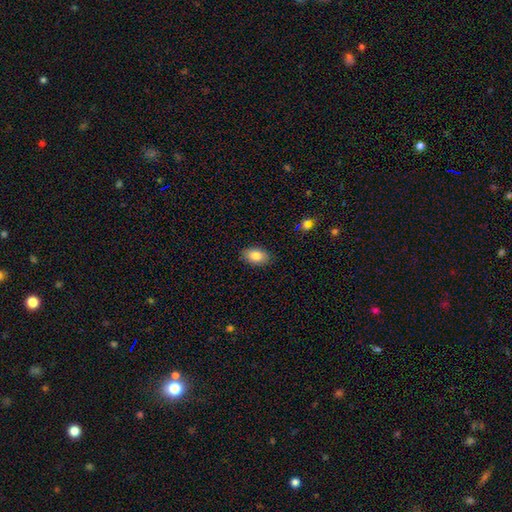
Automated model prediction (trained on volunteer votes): The model was most divided on "merging": none: 88%, minor disturbance: 9%, major disturbance: 2%, merger: 1%. More confident: how rounded — in between (91%); smooth or featured — smooth (86%).